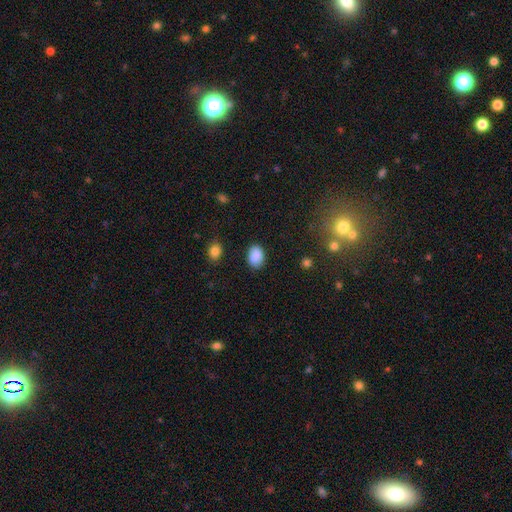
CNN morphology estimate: smooth_or_featured: smooth (p=0.88) [alt: star or artifact p=0.08]
how_rounded: in between (p=0.80) [alt: round p=0.19]
merging: none (p=0.83) [alt: minor disturbance p=0.13]